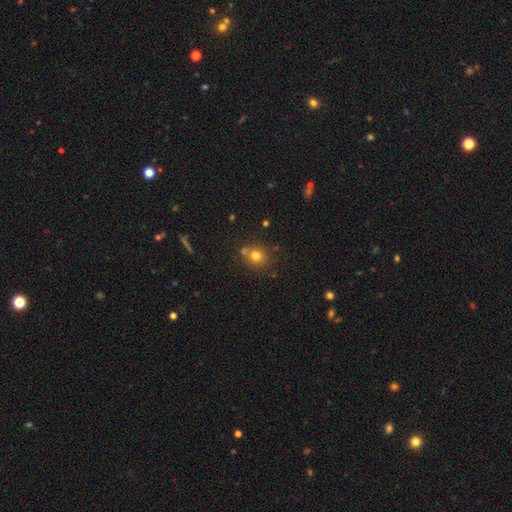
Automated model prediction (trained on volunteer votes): smooth_or_featured: smooth (p=0.76) [alt: star or artifact p=0.15]
how_rounded: round (p=0.88) [alt: in between p=0.11]
merging: none (p=0.67) [alt: merger p=0.20]